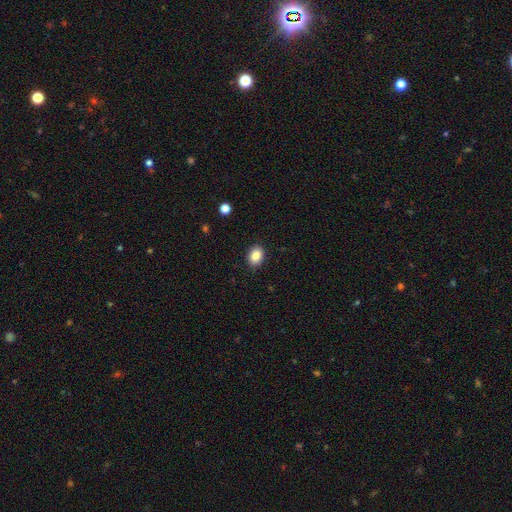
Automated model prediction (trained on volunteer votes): Smooth or featured? smooth (86%)
How rounded? in between (73%)
Merging? none (89%)